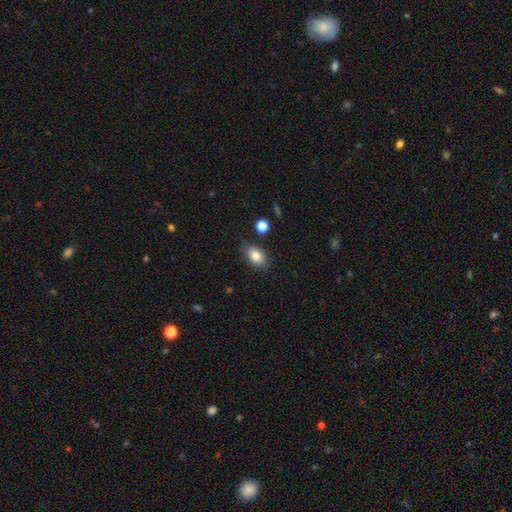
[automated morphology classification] Smooth or featured?
  - smooth: 84% *
  - star or artifact: 8%
  - featured or disk: 7%
How rounded?
  - in between: 85% *
  - round: 13%
  - cigar-shaped: 2%
Merging?
  - none: 82% *
  - minor disturbance: 13%
  - major disturbance: 3%
  - merger: 3%